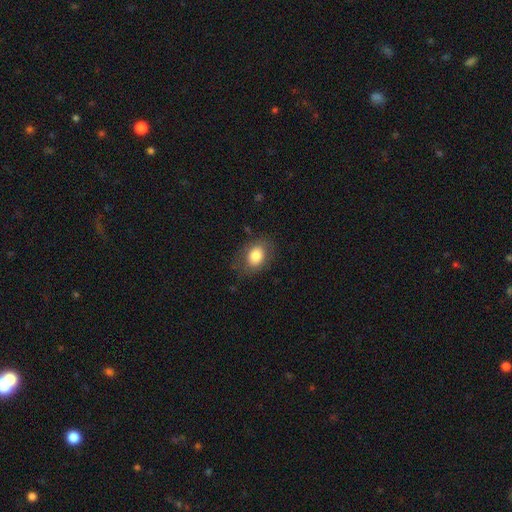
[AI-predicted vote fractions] Overall: smooth (80%). How rounded: in between (71%). Merging: none (75%).